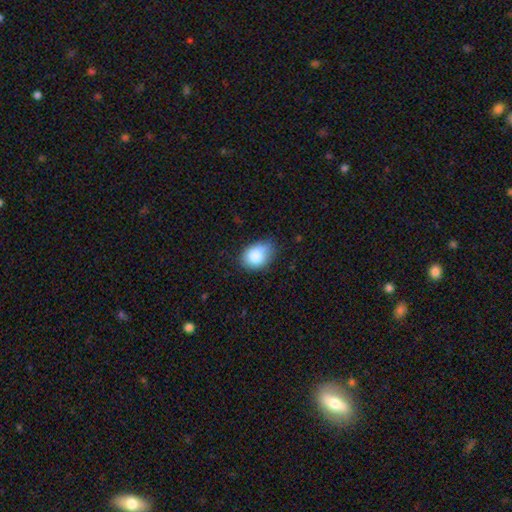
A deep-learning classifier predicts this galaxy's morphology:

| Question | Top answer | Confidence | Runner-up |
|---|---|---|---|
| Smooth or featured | smooth | 84% | featured or disk (8%) |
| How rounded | in between | 73% | round (26%) |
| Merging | none | 61% | minor disturbance (31%) |